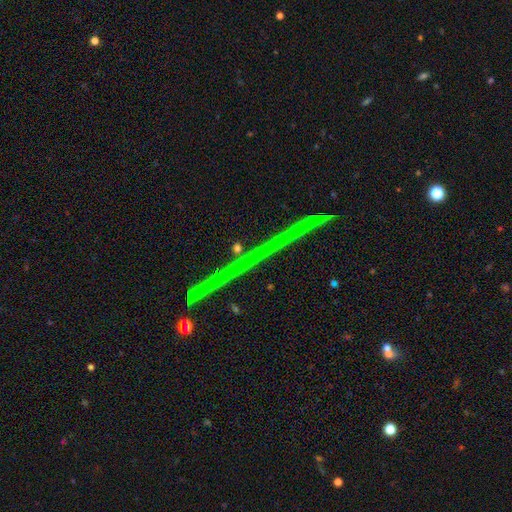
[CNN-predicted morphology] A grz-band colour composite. It shows a featured or disk galaxy (45%). Merging: none (91%).